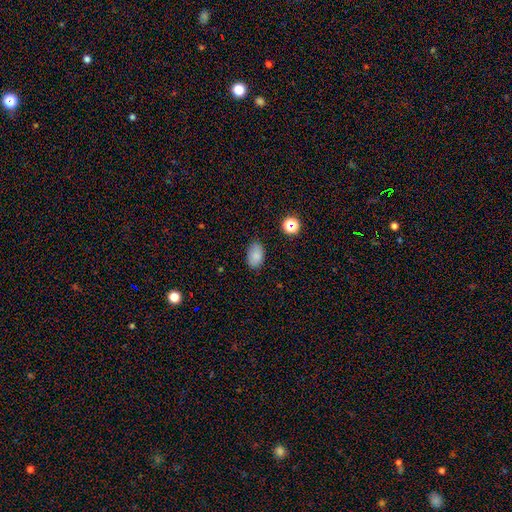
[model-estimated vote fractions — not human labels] Morphology: type=smooth (83%); roundness=in between (88%); merging=none (82%).